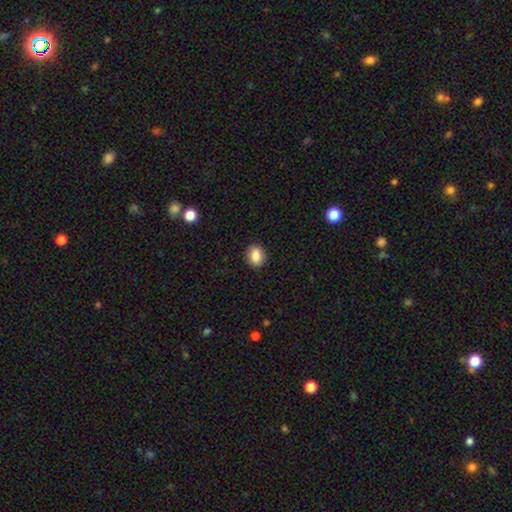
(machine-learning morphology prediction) A smooth galaxy with no disk features (85%) that is in between round and cigar-shaped (50%).

Vote fractions:
- Smooth or featured? smooth: 85% / star or artifact: 9% / featured or disk: 6%
- How rounded? in between: 50% / round: 48% / cigar-shaped: 1%
- Merging? none: 89% / minor disturbance: 8% / major disturbance: 2% / merger: 1%